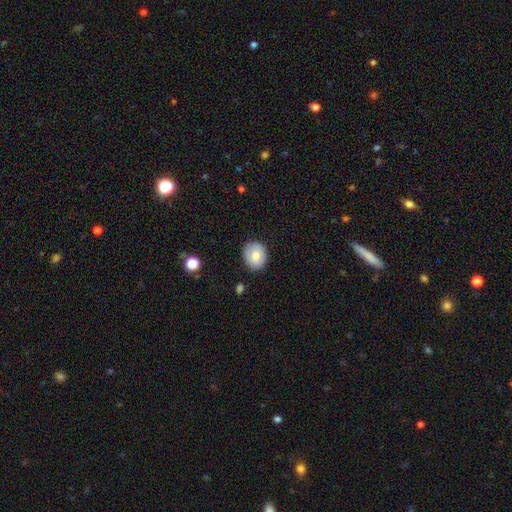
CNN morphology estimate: A smooth galaxy with no disk features (74%) that is round (66%).

Vote fractions:
- Smooth or featured? smooth: 74% / featured or disk: 18% / star or artifact: 8%
- How rounded? round: 66% / in between: 33% / cigar-shaped: 1%
- Merging? none: 82% / minor disturbance: 13% / major disturbance: 3% / merger: 1%